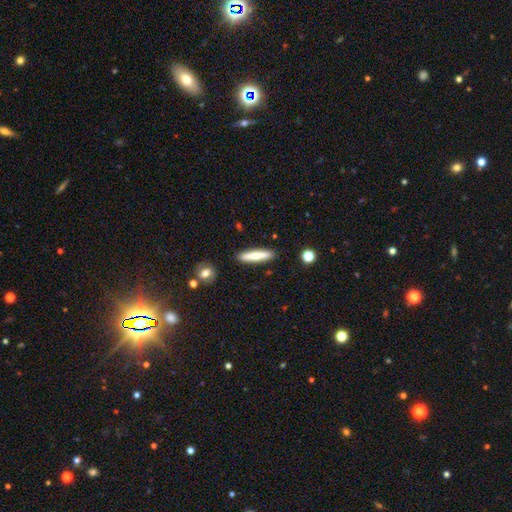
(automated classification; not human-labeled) A smooth galaxy with no disk features (62%) that is cigar-shaped (85%). Merging: none (89%).